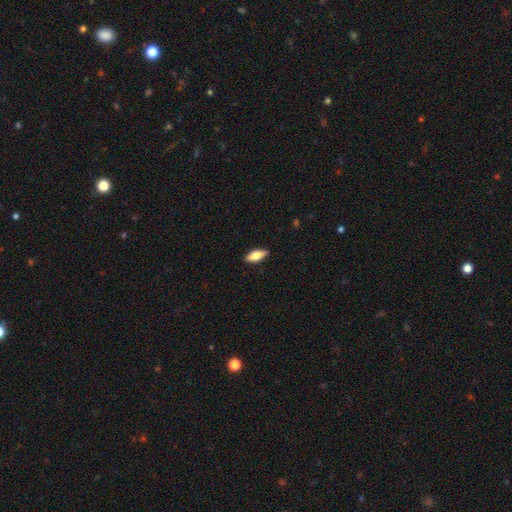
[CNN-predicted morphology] Smooth or featured? Predicted: smooth (p=0.72). How rounded? Predicted: in between (p=0.78). Merging? Predicted: none (p=0.84).